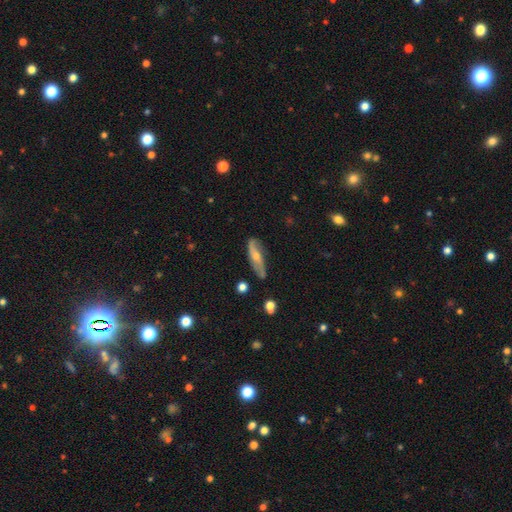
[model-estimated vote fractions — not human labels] This is likely a featured or disk galaxy (61%). It is likely not viewed edge-on (62%). Merging: likely none (76%).